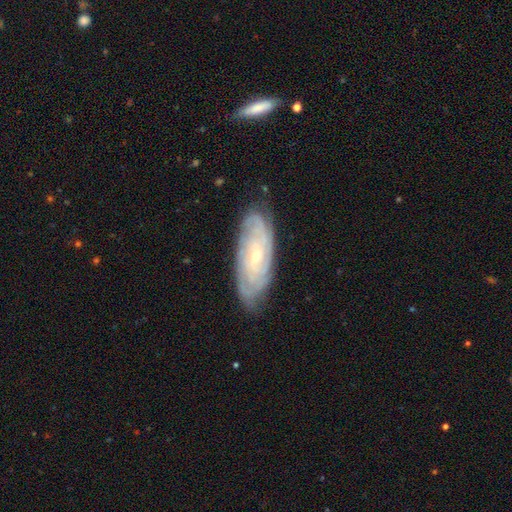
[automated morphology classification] Smooth or featured: featured or disk — 79% (smooth — 15%)
Edge-on disk: no — 90% (yes — 10%)
Bar: no — 69% (weak — 25%)
Spiral arms: yes — 94% (no — 6%)
Spiral winding: tight — 79% (medium — 18%)
Spiral arm count: can't tell — 45% (4 — 16%)
Bulge size: small — 71% (moderate — 26%)
Merging: none — 80% (minor disturbance — 16%)